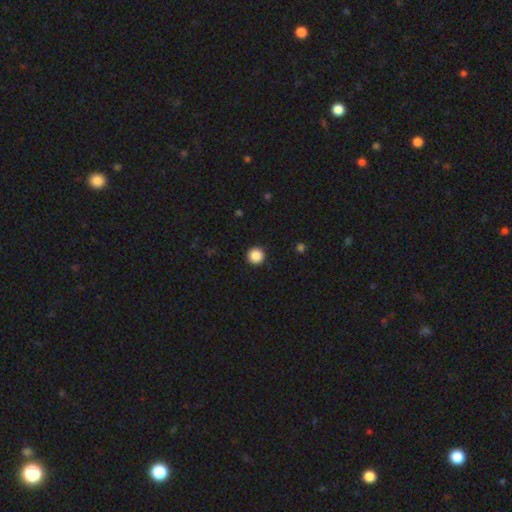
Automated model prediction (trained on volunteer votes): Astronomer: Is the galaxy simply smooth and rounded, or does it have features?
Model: smooth — 87%.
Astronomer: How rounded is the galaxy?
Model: round — 97%.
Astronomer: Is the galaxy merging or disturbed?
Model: none — 93%.